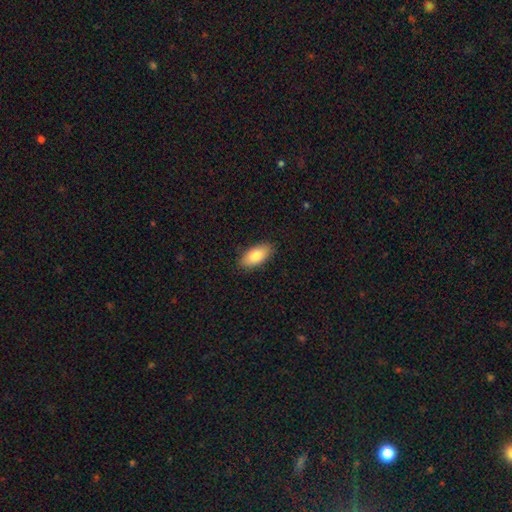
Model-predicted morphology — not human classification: The model was most divided on "smooth or featured": smooth: 81%, featured or disk: 12%, star or artifact: 6%. More confident: how rounded — in between (91%); merging — none (88%).